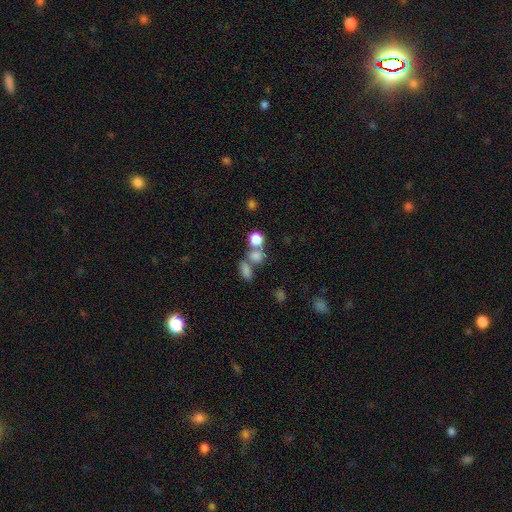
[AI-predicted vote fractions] Smooth or featured?
  - smooth: 76% *
  - star or artifact: 15%
  - featured or disk: 8%
How rounded?
  - round: 61% *
  - in between: 37%
  - cigar-shaped: 2%
Merging?
  - none: 45% *
  - merger: 40%
  - minor disturbance: 9%
  - major disturbance: 6%